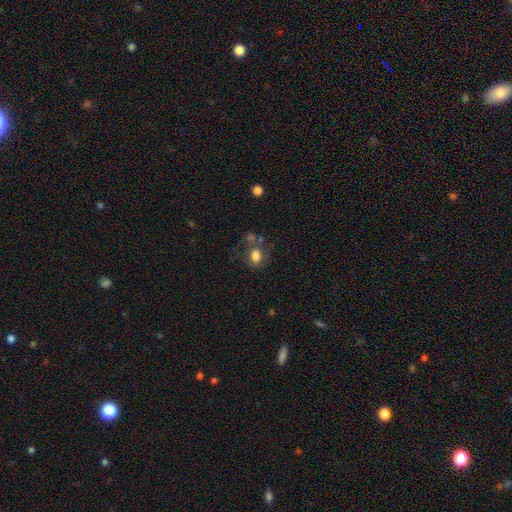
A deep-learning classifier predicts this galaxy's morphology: smooth 74%, featured or disk 15%, star or artifact 11%. Down the decision tree: how rounded — round (64%); merging — none (52%).